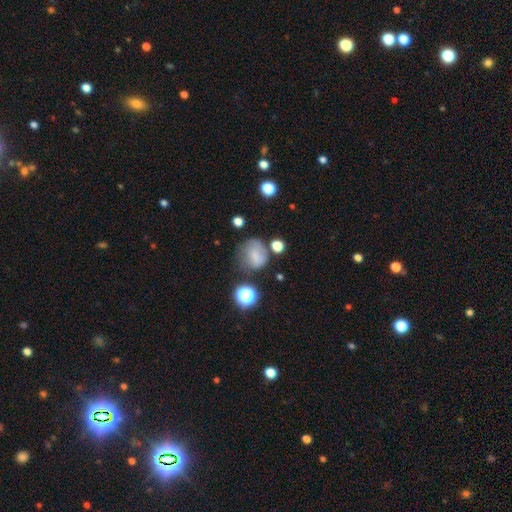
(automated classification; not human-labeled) A smooth galaxy with no disk features (70%) that is round (76%). Merging: none (48%).